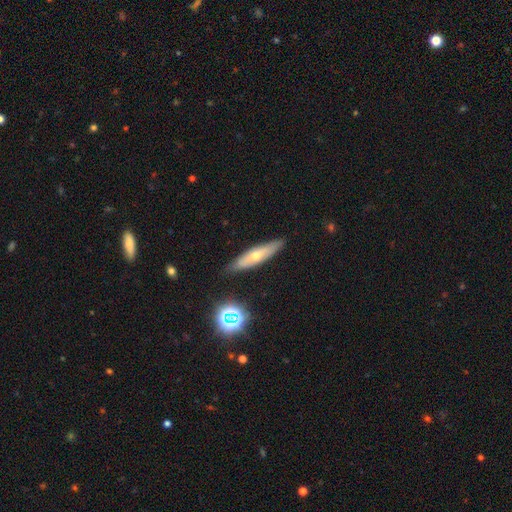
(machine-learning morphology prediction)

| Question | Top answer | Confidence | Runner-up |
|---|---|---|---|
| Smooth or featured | featured or disk | 46% | smooth (45%) |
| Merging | none | 86% | minor disturbance (11%) |